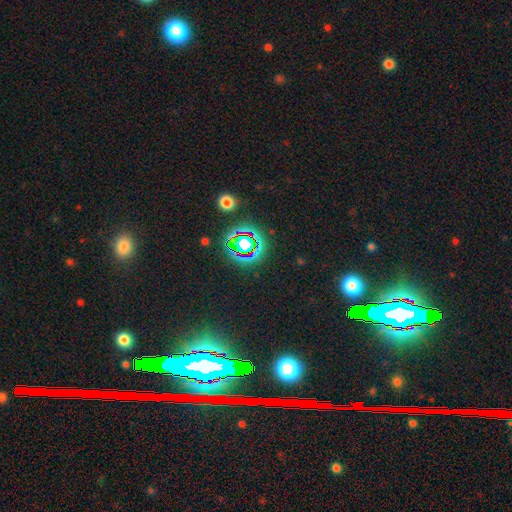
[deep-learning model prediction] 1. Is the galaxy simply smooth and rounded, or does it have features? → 79% star or artifact, 13% smooth, 9% featured or disk.